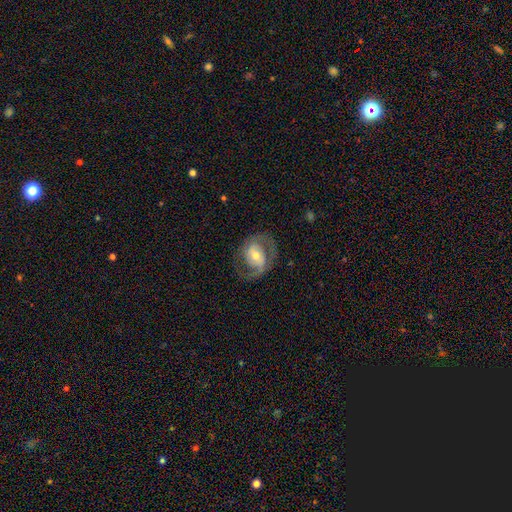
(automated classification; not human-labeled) This appears to be a featured or disk galaxy (78%) with a weak bar (40%), 2 (84%) medium (51%) spiral arms (86%) and a moderate central bulge (56%). Merging: none (72%).